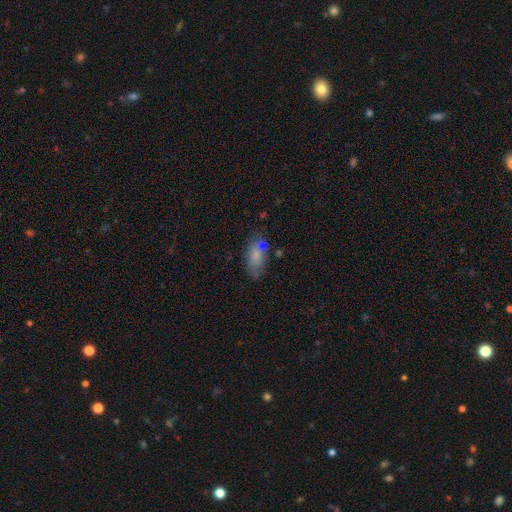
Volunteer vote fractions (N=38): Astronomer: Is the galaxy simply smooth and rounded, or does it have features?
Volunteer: smooth — 84%.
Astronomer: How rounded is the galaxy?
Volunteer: in between — 91%.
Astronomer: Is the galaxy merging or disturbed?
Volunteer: none — 57%.